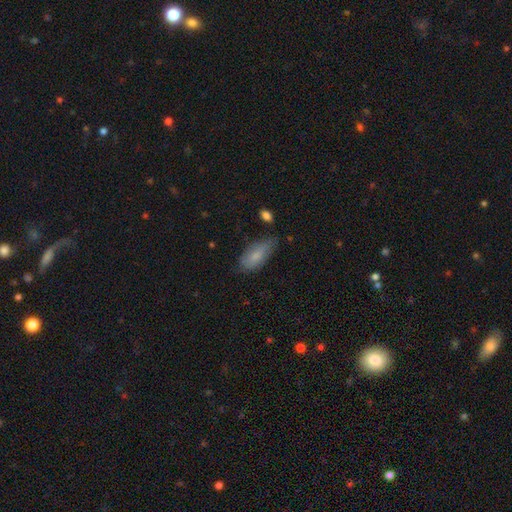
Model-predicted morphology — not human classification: Smooth or featured? smooth (79%)
How rounded? in between (82%)
Merging? none (61%)